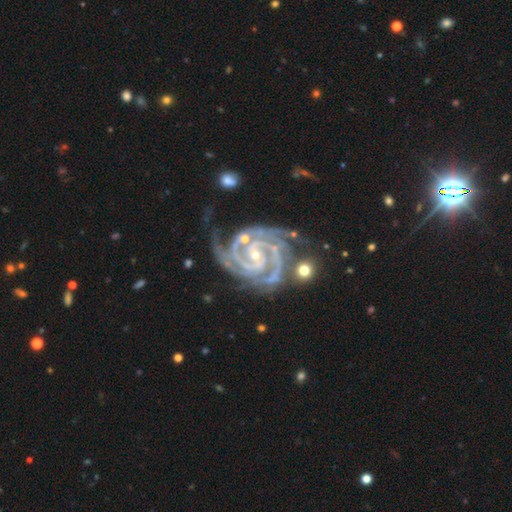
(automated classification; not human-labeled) Morphology: type=featured or disk (94%); edge-on=no (98%); bar=no (48%); spiral arms=yes (99%); winding=tight (74%); arm count=3 (37%); bulge=small (75%); merging=none (57%).